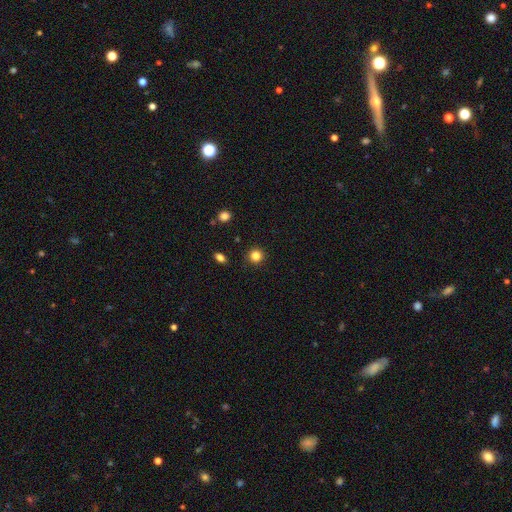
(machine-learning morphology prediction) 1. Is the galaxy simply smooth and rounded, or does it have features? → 84% smooth, 12% star or artifact, 4% featured or disk.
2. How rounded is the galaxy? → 93% round, 6% in between, 1% cigar-shaped.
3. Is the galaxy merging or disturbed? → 91% none, 6% minor disturbance, 2% major disturbance, 1% merger.